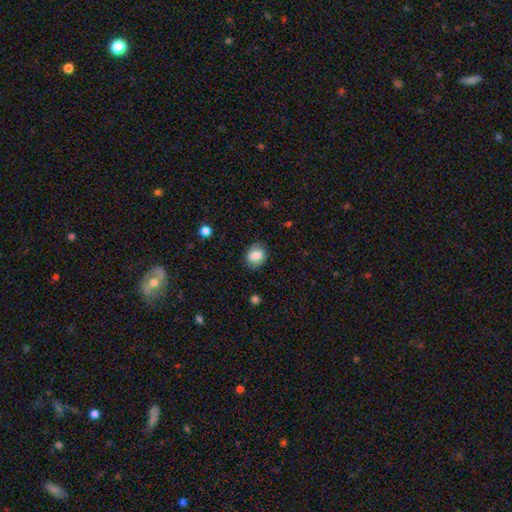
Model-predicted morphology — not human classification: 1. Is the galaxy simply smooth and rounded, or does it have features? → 80% smooth, 12% featured or disk, 8% star or artifact.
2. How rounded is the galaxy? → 50% round, 49% in between, 1% cigar-shaped.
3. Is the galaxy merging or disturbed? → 80% none, 15% minor disturbance, 4% major disturbance, 1% merger.